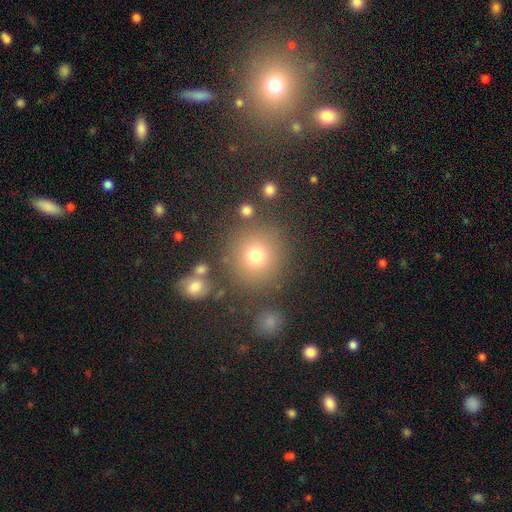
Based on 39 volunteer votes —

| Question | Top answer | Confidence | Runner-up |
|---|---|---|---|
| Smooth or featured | smooth | 82% | featured or disk (13%) |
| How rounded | round | 100% | — |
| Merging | none | 89% | minor disturbance (8%) |